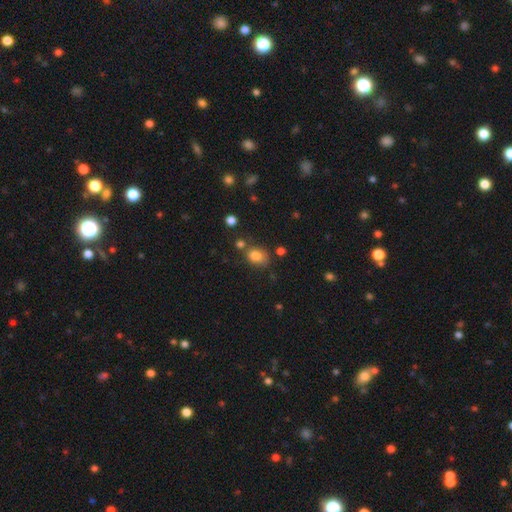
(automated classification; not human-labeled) This appears to be a smooth galaxy with no disk features (82%) that is in between round and cigar-shaped (60%). Merging: none (61%).